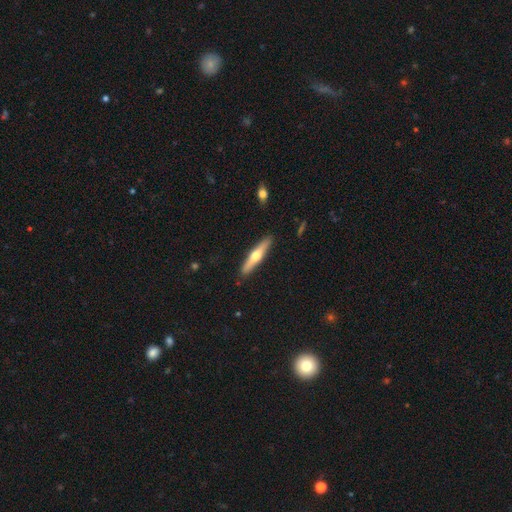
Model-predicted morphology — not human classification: Smooth or featured: featured or disk — 56% (smooth — 39%)
Edge-on disk: yes — 95% (no — 5%)
Edge-on bulge: rounded — 92% (none — 5%)
Merging: none — 90% (minor disturbance — 7%)